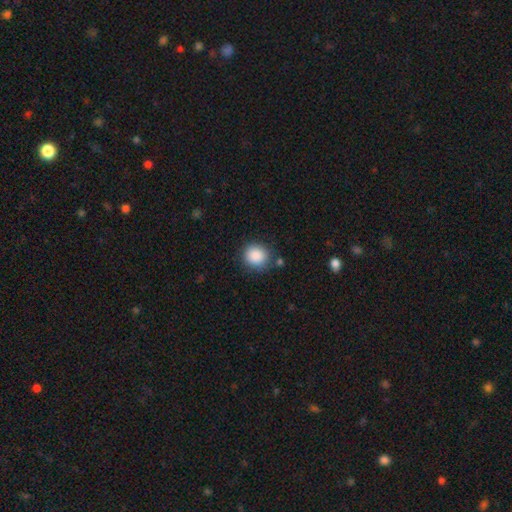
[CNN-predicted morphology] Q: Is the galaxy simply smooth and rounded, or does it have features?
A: smooth — 88%.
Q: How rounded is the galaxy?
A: round — 86%.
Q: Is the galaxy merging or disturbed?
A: none — 83%.